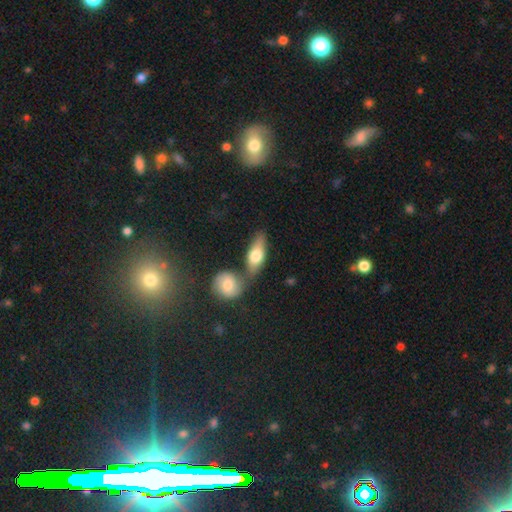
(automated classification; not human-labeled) This is likely a smooth galaxy (69%). How rounded: likely in between (73%). Merging: marginally none (44%).